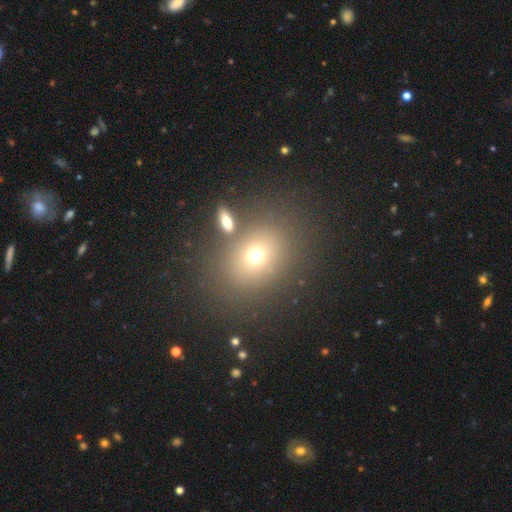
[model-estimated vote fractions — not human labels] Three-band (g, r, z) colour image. It shows a smooth galaxy with no disk features (68%) that is in between round and cigar-shaped (53%). Merging: none (72%).